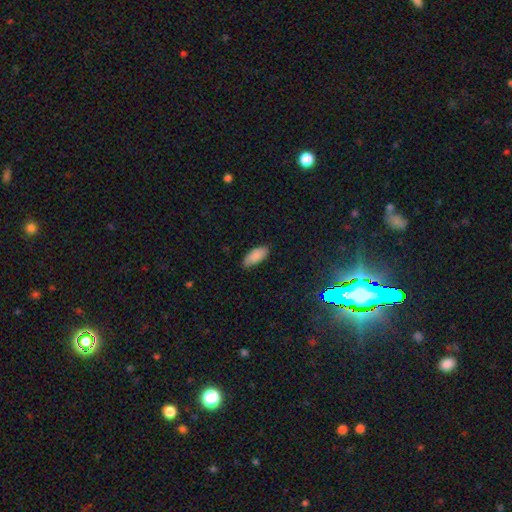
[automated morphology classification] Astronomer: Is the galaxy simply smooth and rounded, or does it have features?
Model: smooth — 87%.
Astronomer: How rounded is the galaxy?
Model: in between — 88%.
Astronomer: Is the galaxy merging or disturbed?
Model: none — 81%.